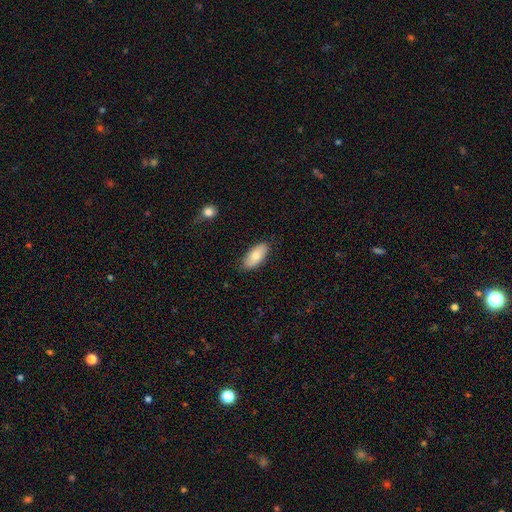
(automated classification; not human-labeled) A smooth galaxy with no disk features (78%) that is in between round and cigar-shaped (90%).

Vote fractions:
- Smooth or featured? smooth: 78% / featured or disk: 16% / star or artifact: 6%
- How rounded? in between: 90% / cigar-shaped: 7% / round: 2%
- Merging? none: 85% / minor disturbance: 12% / major disturbance: 2% / merger: 1%